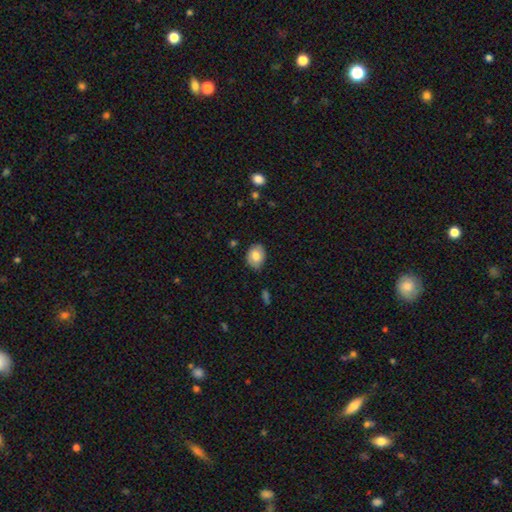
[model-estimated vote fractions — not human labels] smooth_or_featured: smooth (p=0.76) [alt: featured or disk p=0.16]
how_rounded: in between (p=0.62) [alt: round p=0.37]
merging: none (p=0.81) [alt: minor disturbance p=0.15]